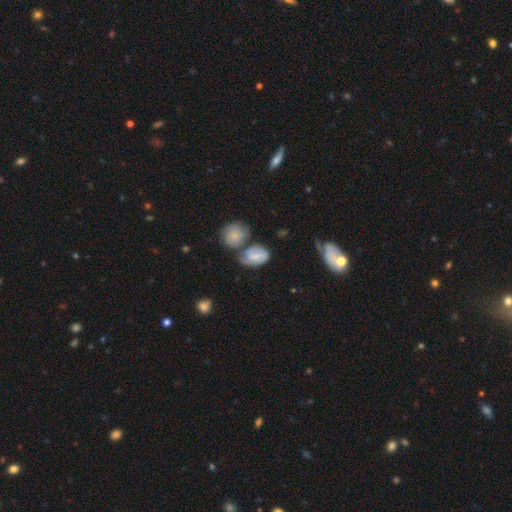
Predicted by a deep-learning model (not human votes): featured or disk 52%, smooth 40%, star or artifact 8%. Down the decision tree: edge-on disk — no (96%); merging — merger (37%).